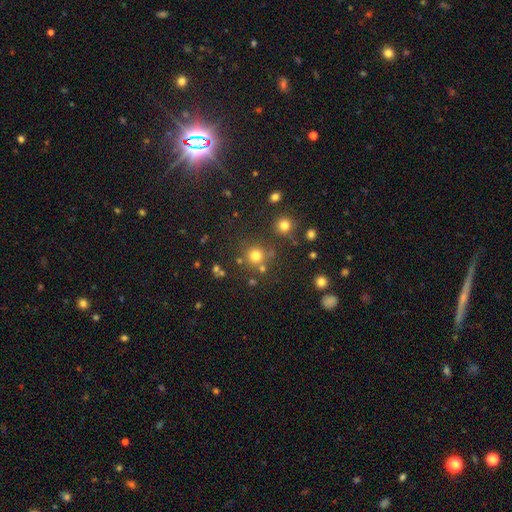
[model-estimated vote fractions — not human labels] Q: Smooth or featured?
A: smooth (75%); runner-up: star or artifact (19%)
Q: How rounded?
A: round (92%); runner-up: in between (7%)
Q: Merging?
A: none (76%); runner-up: merger (11%)